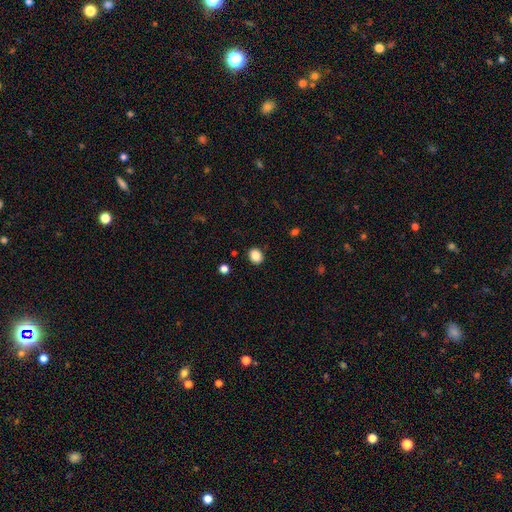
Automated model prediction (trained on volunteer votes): This appears to be a smooth galaxy with no disk features (87%) that is round (58%). Merging: none (88%).